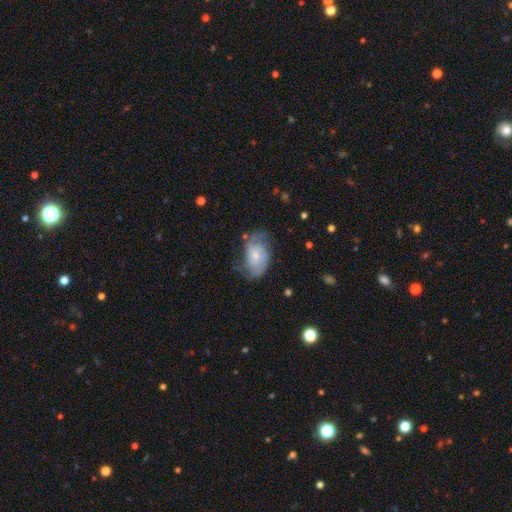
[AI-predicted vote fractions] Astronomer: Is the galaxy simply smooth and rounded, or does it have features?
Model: featured or disk — 67%.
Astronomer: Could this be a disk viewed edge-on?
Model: no — 96%.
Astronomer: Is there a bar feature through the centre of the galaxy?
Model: no — 71%.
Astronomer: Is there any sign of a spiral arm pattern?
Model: yes — 87%.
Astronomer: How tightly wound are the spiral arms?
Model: medium — 44% (runner-up: tight, 32%).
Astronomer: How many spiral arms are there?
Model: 2 — 70%.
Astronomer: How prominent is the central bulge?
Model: small — 57% (runner-up: moderate, 35%).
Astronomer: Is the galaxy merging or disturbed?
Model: none — 55%.